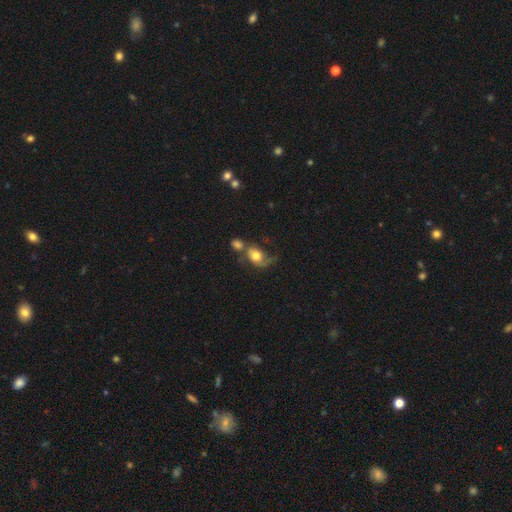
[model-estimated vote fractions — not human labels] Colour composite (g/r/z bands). It shows a smooth galaxy with no disk features (58%) that is in between round and cigar-shaped (56%). Merging: merger (42%).